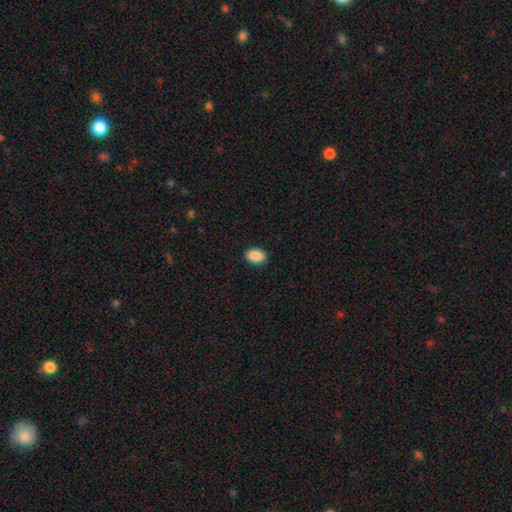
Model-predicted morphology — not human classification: type=smooth (90%); roundness=in between (87%); merging=none (90%).